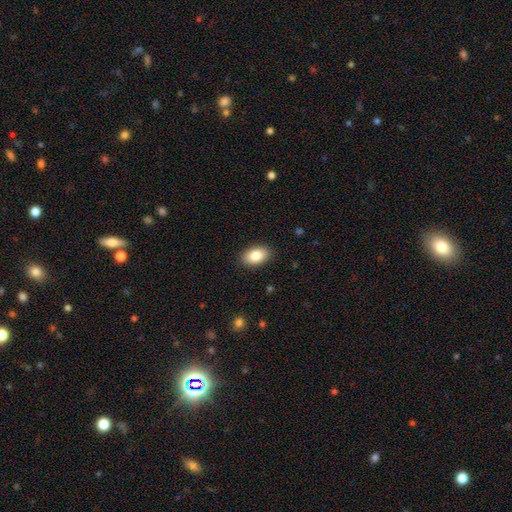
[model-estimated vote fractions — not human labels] smooth_or_featured: smooth (p=0.85) [alt: featured or disk p=0.08]
how_rounded: in between (p=0.92) [alt: round p=0.07]
merging: none (p=0.89) [alt: minor disturbance p=0.08]